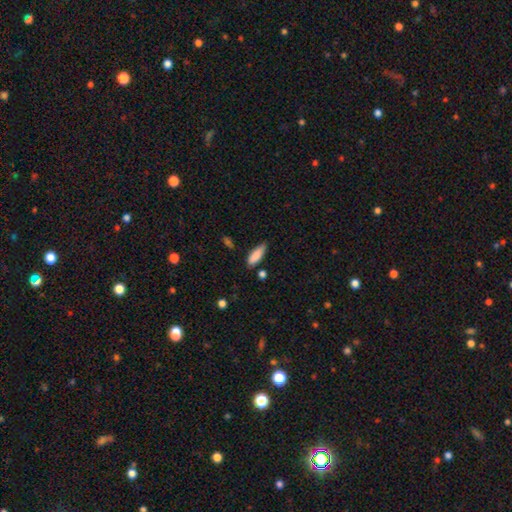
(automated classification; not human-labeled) Smooth or featured?
  - smooth: 87% *
  - star or artifact: 7%
  - featured or disk: 6%
How rounded?
  - in between: 64% *
  - cigar-shaped: 34%
  - round: 2%
Merging?
  - none: 69% *
  - minor disturbance: 24%
  - major disturbance: 4%
  - merger: 4%